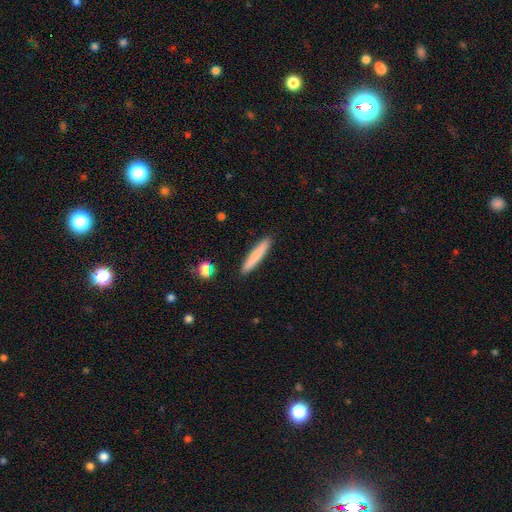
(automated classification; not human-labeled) A smooth galaxy with no disk features (79%) that is cigar-shaped (94%). Merging: none (91%).